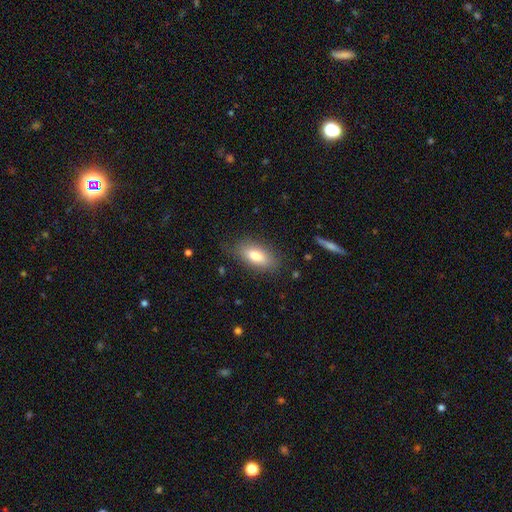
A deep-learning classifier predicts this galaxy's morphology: type=smooth (78%); roundness=in between (83%); merging=none (80%).